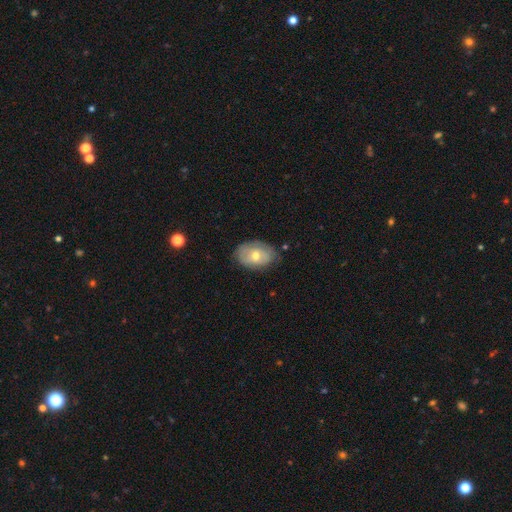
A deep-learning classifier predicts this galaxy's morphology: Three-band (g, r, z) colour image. It shows a smooth galaxy with no disk features (56%) that is in between round and cigar-shaped (83%). Merging: none (69%).